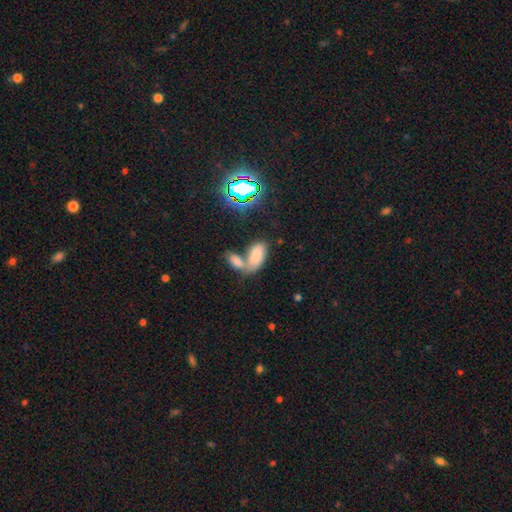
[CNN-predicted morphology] Smooth or featured? Predicted: smooth (p=0.75). How rounded? Predicted: in between (p=0.92). Merging? Predicted: merger (p=0.64).